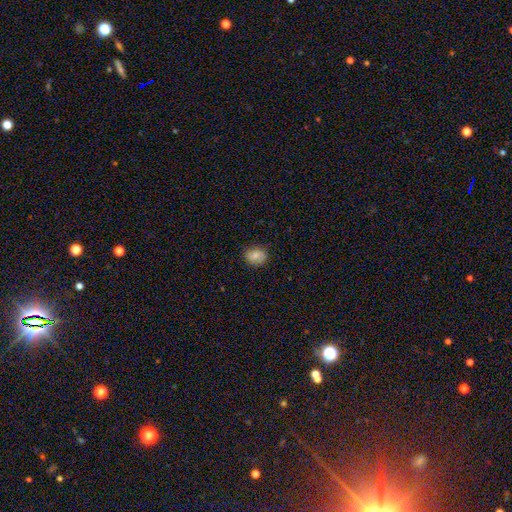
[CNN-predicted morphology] smooth 77%, featured or disk 14%, star or artifact 9%. Down the decision tree: how rounded — round (63%); merging — none (81%).